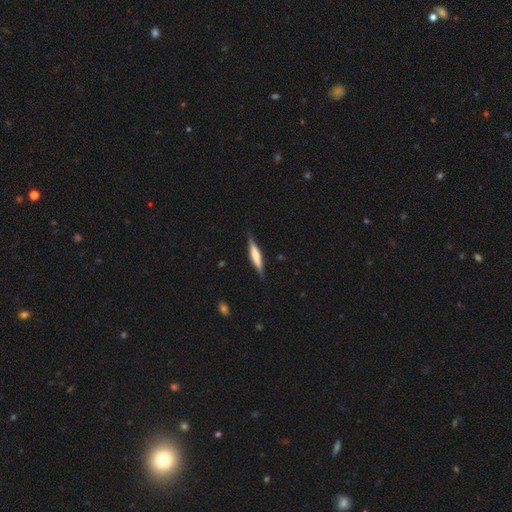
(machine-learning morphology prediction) Q: Smooth or featured?
A: featured or disk (48%); runner-up: smooth (47%)
Q: Merging?
A: none (86%); runner-up: minor disturbance (10%)